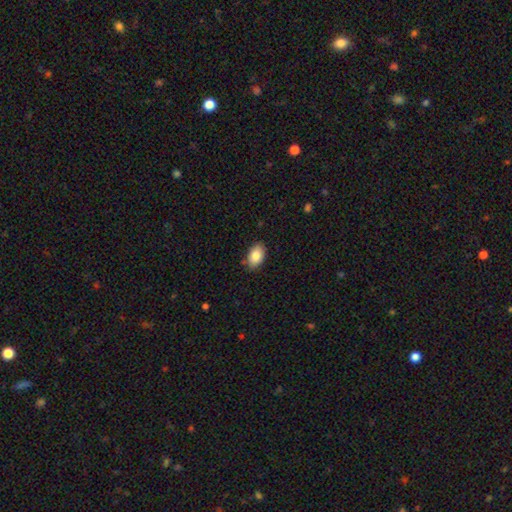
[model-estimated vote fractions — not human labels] Smooth or featured? Predicted: smooth (p=0.85). How rounded? Predicted: in between (p=0.90). Merging? Predicted: none (p=0.84).